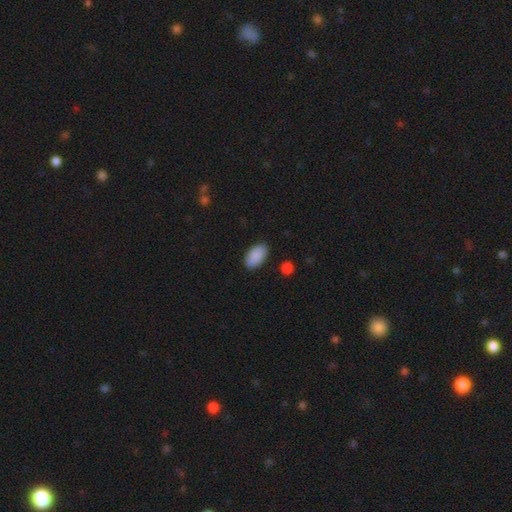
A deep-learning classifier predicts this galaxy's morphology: This is clearly a smooth galaxy (91%). How rounded: clearly in between (95%). Merging: clearly none (89%).